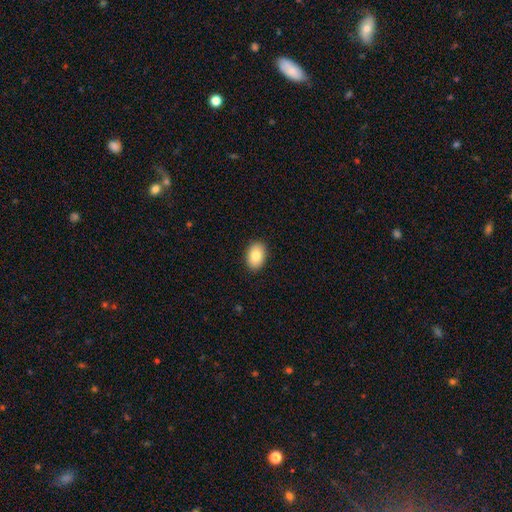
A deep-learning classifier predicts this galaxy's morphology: Smooth or featured: smooth — 84% (featured or disk — 9%)
How rounded: in between — 86% (round — 13%)
Merging: none — 90% (minor disturbance — 7%)